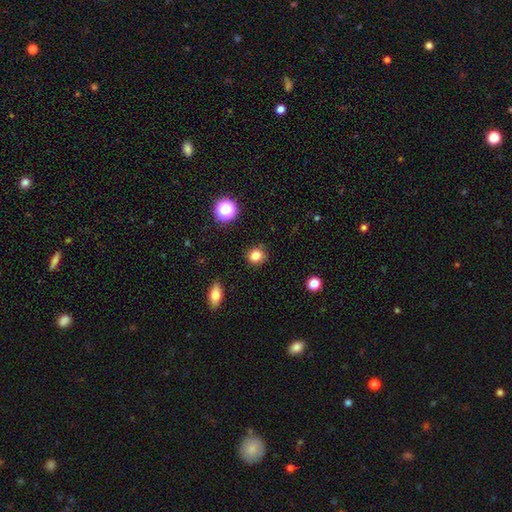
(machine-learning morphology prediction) This is clearly a smooth galaxy (82%). How rounded: clearly round (84%). Merging: clearly none (89%).